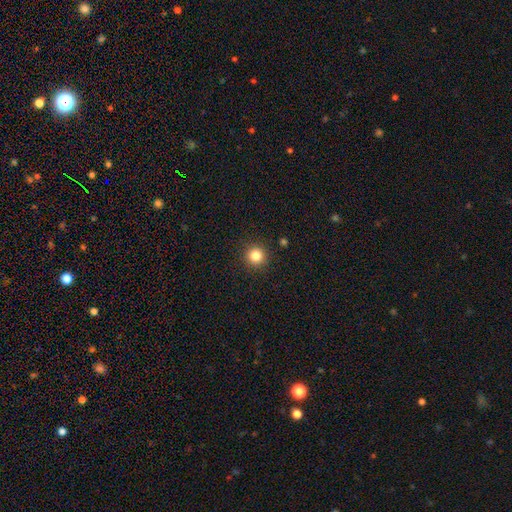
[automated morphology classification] smooth-or-featured: smooth: 82% | star or artifact: 13% | featured or disk: 5%
  how-rounded: round: 95% | in between: 4% | cigar-shaped: 1%
  merging: none: 92% | minor disturbance: 5% | major disturbance: 2% | merger: 1%